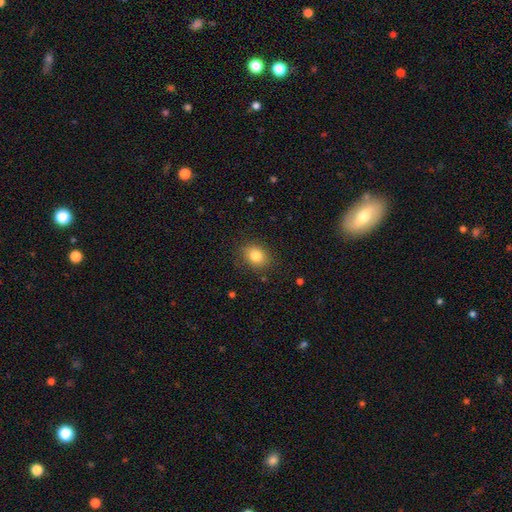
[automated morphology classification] Overall: smooth (82%). How rounded: round (50%; in between 49%). Merging: none (85%).